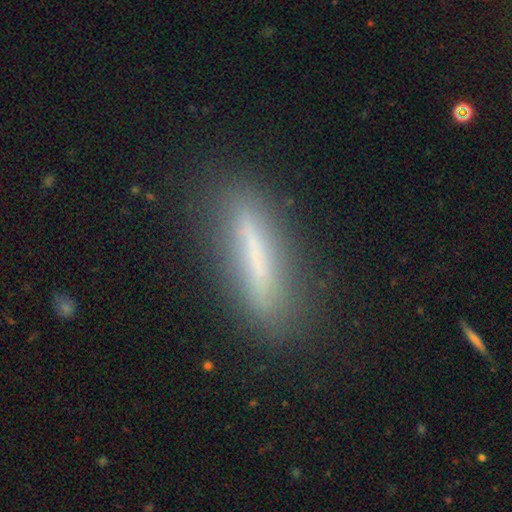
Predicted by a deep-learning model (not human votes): smooth_or_featured: smooth (p=0.49) [alt: featured or disk p=0.41]
merging: none (p=0.82) [alt: minor disturbance p=0.12]